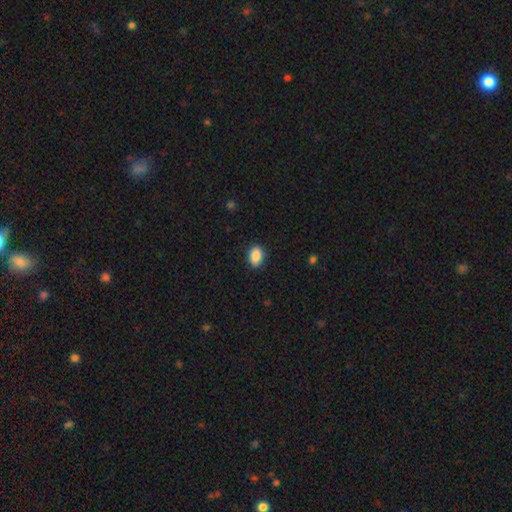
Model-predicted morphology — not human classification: Smooth or featured? smooth (89%)
How rounded? in between (85%)
Merging? none (86%)